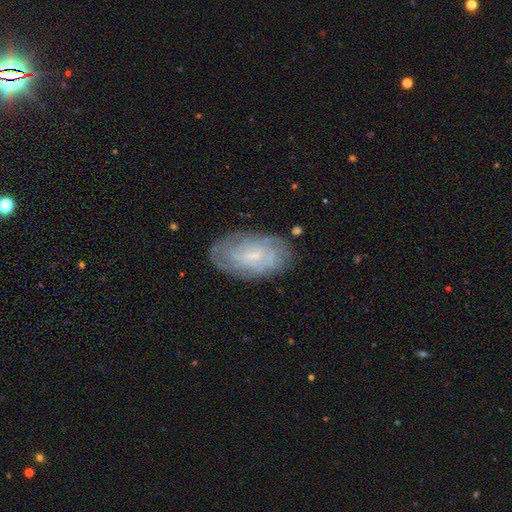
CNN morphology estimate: A featured or disk galaxy (63%) with no bar (62%), tight (70%) spiral arms (87%) and a small central bulge (71%).

Vote fractions:
- Smooth or featured? featured or disk: 63% / smooth: 26% / star or artifact: 12%
- Edge-on disk? no: 94% / yes: 6%
- Bar? no: 62% / weak: 31% / strong: 6%
- Spiral arms? yes: 87% / no: 13%
- Spiral winding? tight: 70% / medium: 23% / loose: 7%
- Spiral arm count? can't tell: 54% / 2: 16% / 3: 10% / 4: 9% / more than 4: 6% / 1: 5%
- Bulge size? small: 71% / moderate: 19% / none: 7% / large: 2% / dominant: 1%
- Merging? none: 81% / minor disturbance: 14% / major disturbance: 4% / merger: 1%